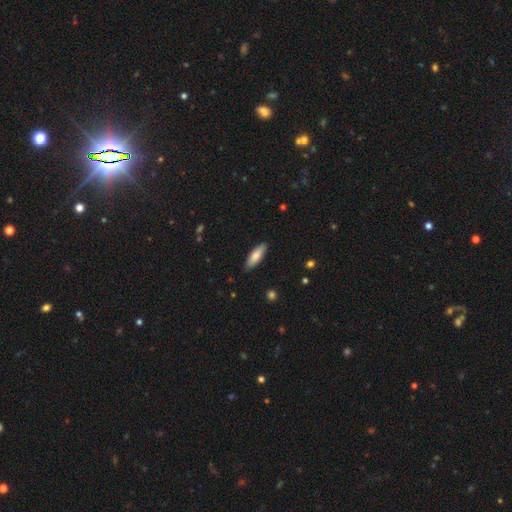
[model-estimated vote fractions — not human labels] smooth 82%, featured or disk 12%, star or artifact 5%. Down the decision tree: how rounded — in between (55%); merging — none (88%).